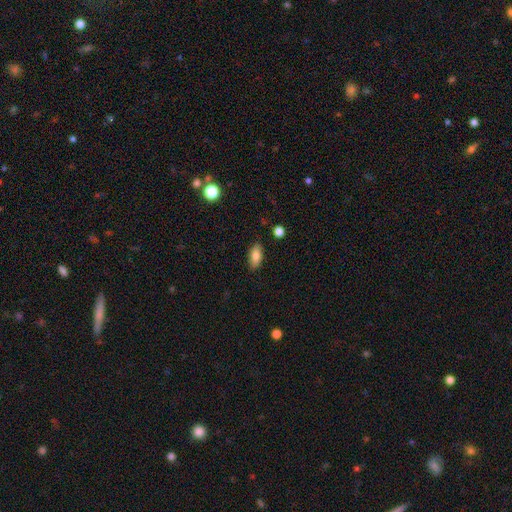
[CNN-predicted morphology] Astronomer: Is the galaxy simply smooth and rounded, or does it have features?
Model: smooth — 83%.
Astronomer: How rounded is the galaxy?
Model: in between — 87%.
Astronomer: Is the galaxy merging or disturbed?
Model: none — 87%.